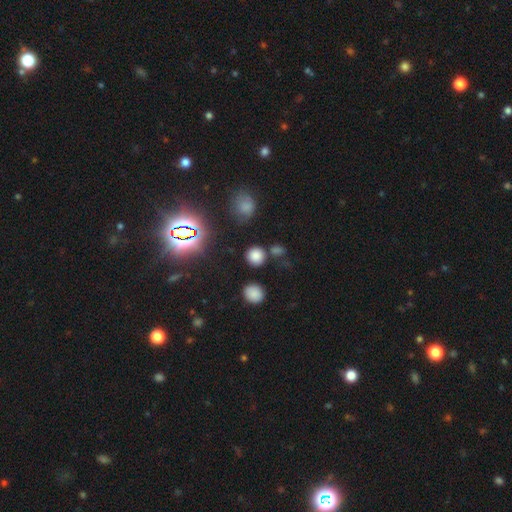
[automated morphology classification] A smooth galaxy with no disk features (75%) that is round (90%).

Vote fractions:
- Smooth or featured? smooth: 75% / star or artifact: 20% / featured or disk: 5%
- How rounded? round: 90% / in between: 8% / cigar-shaped: 1%
- Merging? none: 81% / minor disturbance: 8% / merger: 7% / major disturbance: 4%